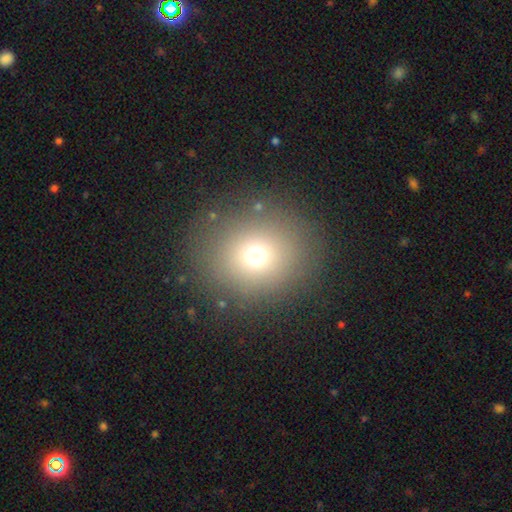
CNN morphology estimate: smooth_or_featured: smooth (p=0.69) [alt: star or artifact p=0.21]
how_rounded: round (p=0.79) [alt: in between p=0.20]
merging: none (p=0.84) [alt: minor disturbance p=0.08]